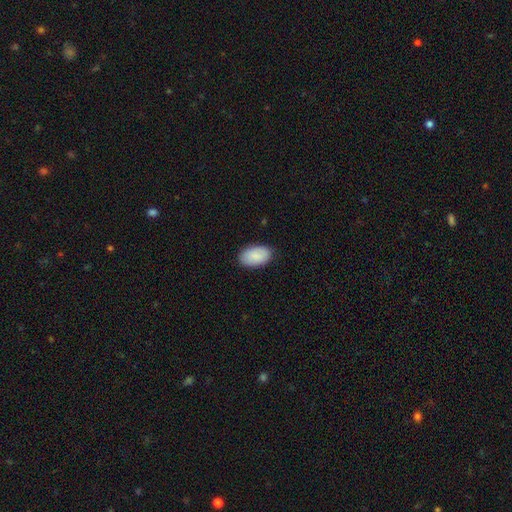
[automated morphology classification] Smooth or featured? Predicted: smooth (p=0.89). How rounded? Predicted: in between (p=0.94). Merging? Predicted: none (p=0.85).